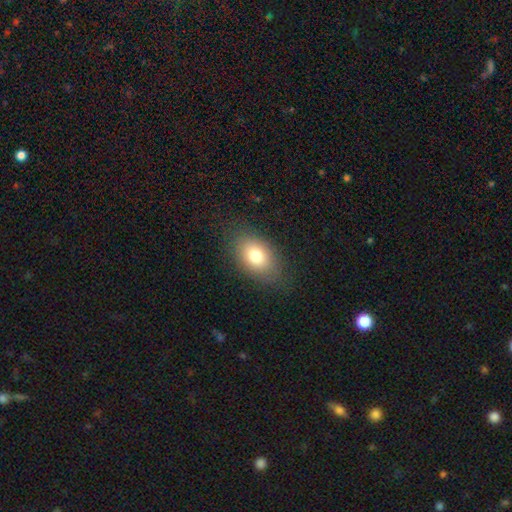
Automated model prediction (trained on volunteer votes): A smooth galaxy with no disk features (78%) that is in between round and cigar-shaped (84%).

Vote fractions:
- Smooth or featured? smooth: 78% / featured or disk: 13% / star or artifact: 9%
- How rounded? in between: 84% / round: 14% / cigar-shaped: 1%
- Merging? none: 82% / minor disturbance: 13% / major disturbance: 5% / merger: 1%